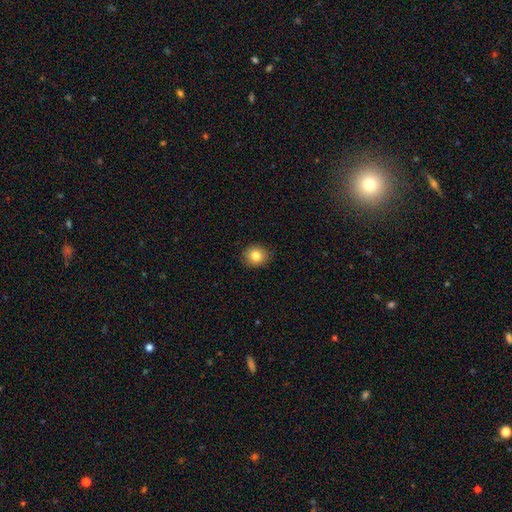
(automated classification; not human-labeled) The model was most divided on "how rounded": round: 78%, in between: 21%, cigar-shaped: 1%. More confident: merging — none (88%); smooth or featured — smooth (82%).